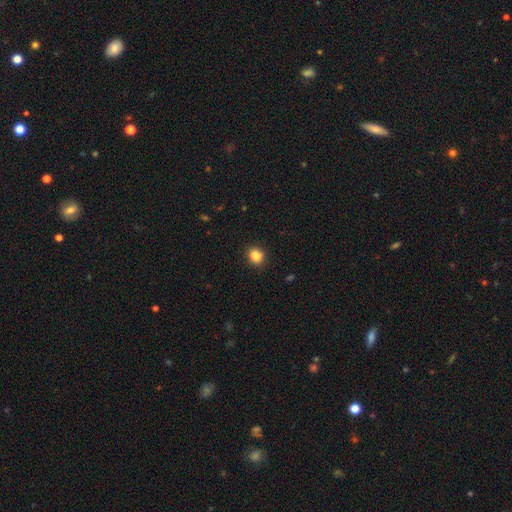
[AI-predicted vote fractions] Overall: smooth (86%). How rounded: round (56%; in between 43%). Merging: none (89%).